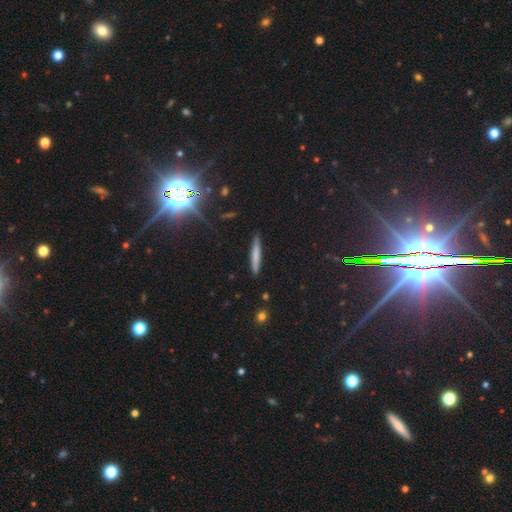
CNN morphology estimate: smooth_or_featured: smooth (p=0.70) [alt: featured or disk p=0.22]
how_rounded: cigar-shaped (p=0.94) [alt: in between p=0.04]
merging: none (p=0.88) [alt: minor disturbance p=0.09]